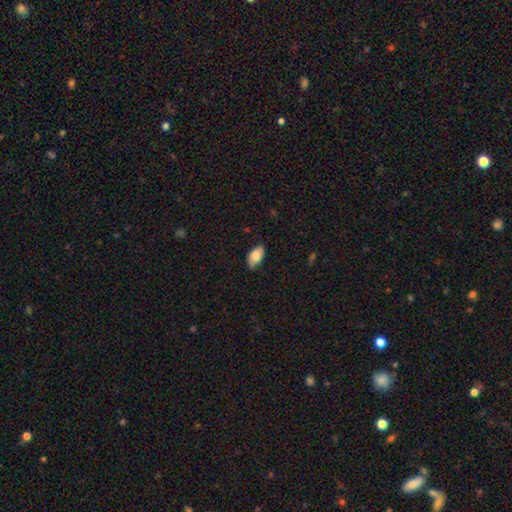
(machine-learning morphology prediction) This appears to be a smooth galaxy with no disk features (82%) that is in between round and cigar-shaped (94%). Merging: none (80%).